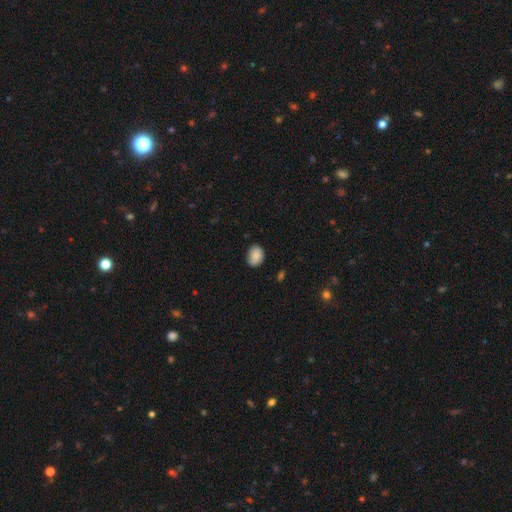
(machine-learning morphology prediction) smooth_or_featured: smooth (p=0.87) [alt: star or artifact p=0.07]
how_rounded: in between (p=0.64) [alt: round p=0.35]
merging: none (p=0.76) [alt: minor disturbance p=0.20]